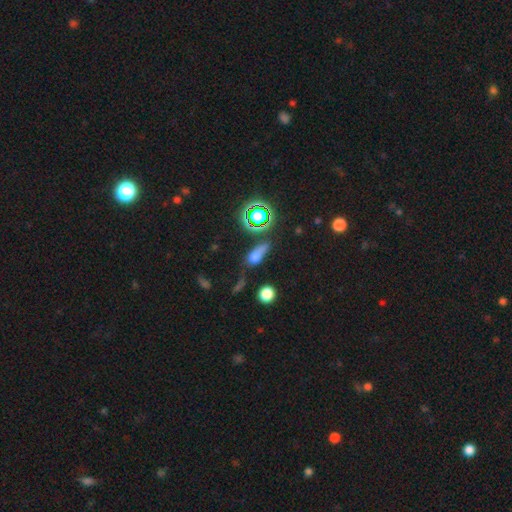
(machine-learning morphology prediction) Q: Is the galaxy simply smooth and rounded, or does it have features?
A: smooth — 60%.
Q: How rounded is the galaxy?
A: in between — 57%.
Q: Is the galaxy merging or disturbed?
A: none — 48%.